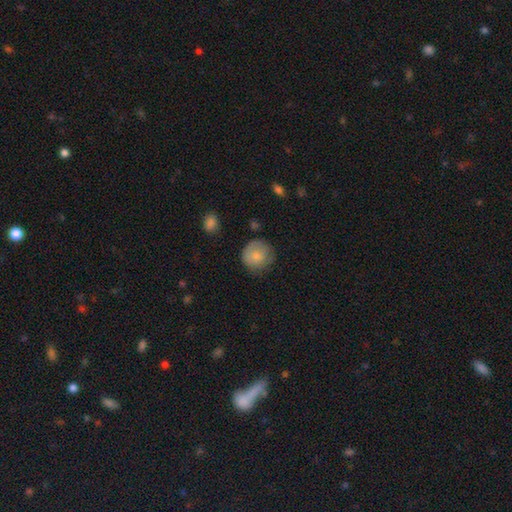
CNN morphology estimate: This is clearly a smooth galaxy (81%). How rounded: clearly round (90%). Merging: likely none (70%).